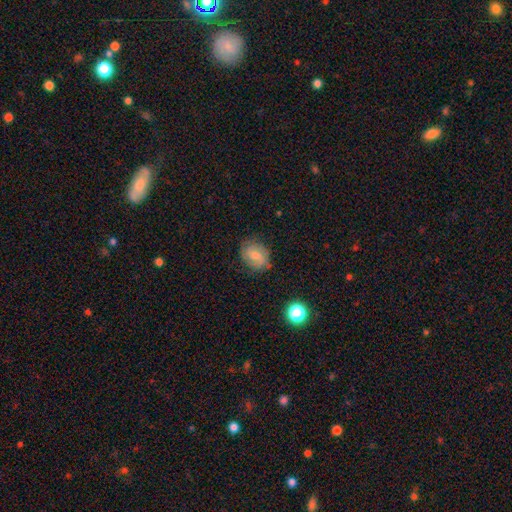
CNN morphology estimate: The model was most divided on "how rounded": in between: 60%, round: 39%, cigar-shaped: 1%. More confident: merging — none (71%); smooth or featured — smooth (65%).